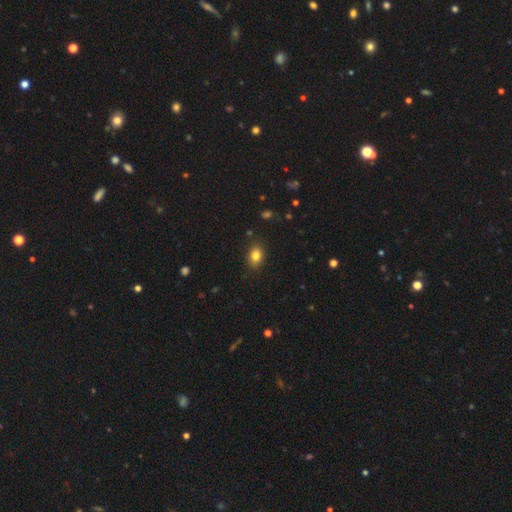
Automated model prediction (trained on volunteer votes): This is clearly a smooth galaxy (82%). How rounded: likely in between (74%). Merging: clearly none (86%).